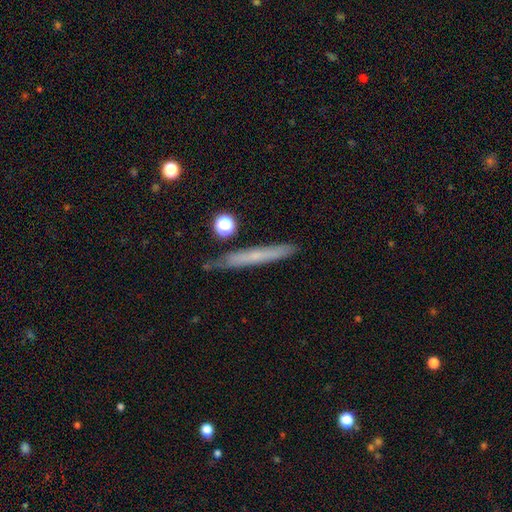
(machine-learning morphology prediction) smooth 52%, featured or disk 40%, star or artifact 8%. Down the decision tree: how rounded — cigar-shaped (94%); merging — none (78%).